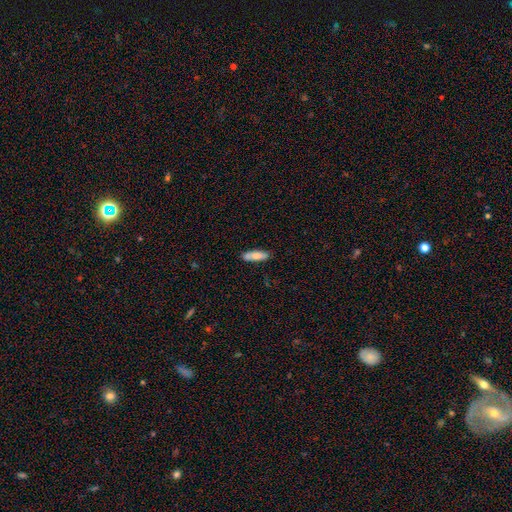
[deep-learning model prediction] Smooth or featured? Predicted: smooth (p=0.74). How rounded? Predicted: cigar-shaped (p=0.51). Merging? Predicted: none (p=0.80).